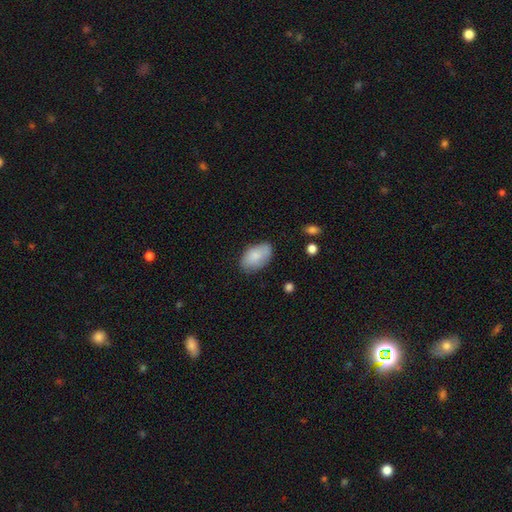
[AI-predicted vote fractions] A smooth galaxy with no disk features (82%) that is in between round and cigar-shaped (94%). Merging: none (75%).